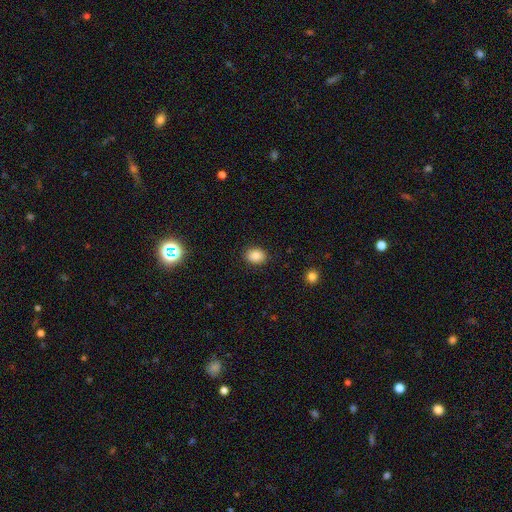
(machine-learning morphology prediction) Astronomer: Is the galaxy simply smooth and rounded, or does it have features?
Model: smooth — 87%.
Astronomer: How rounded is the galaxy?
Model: in between — 58% (runner-up: round, 42%).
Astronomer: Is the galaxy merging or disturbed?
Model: none — 88%.